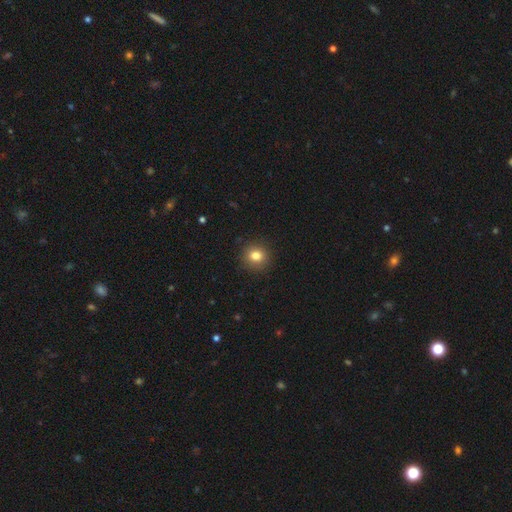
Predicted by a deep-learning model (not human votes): smooth 82%, star or artifact 12%, featured or disk 6%. Down the decision tree: how rounded — round (87%); merging — none (90%).